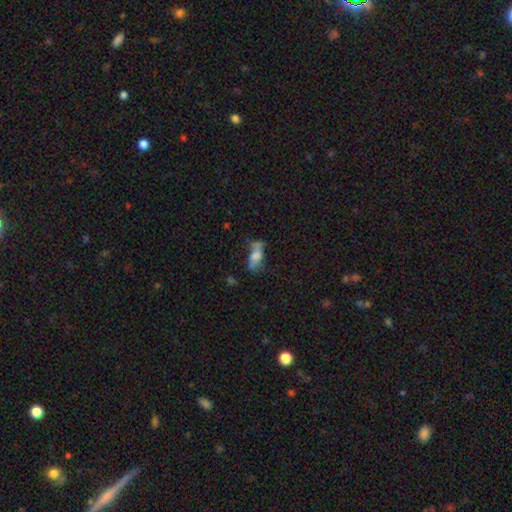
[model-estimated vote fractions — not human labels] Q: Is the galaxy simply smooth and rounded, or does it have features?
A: smooth — 50%.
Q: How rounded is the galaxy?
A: in between — 75%.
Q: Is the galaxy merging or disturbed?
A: none — 34%.